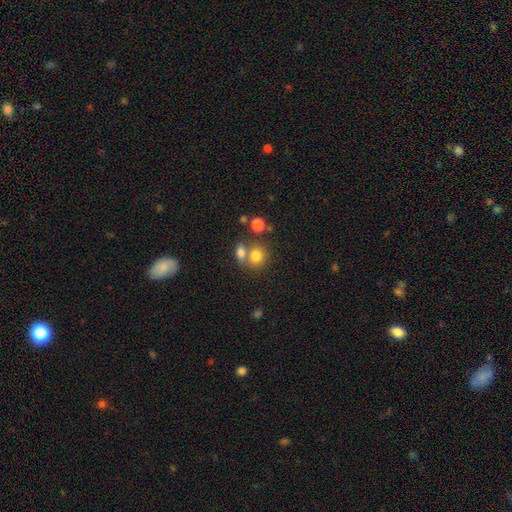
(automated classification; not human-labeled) Smooth or featured? smooth (79%)
How rounded? round (71%)
Merging? none (47%)